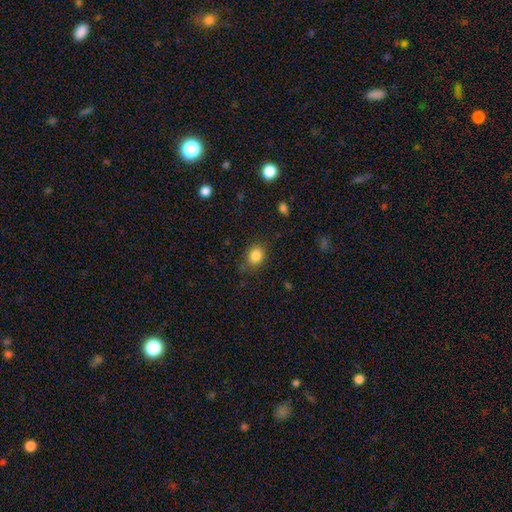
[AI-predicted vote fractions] Overall: smooth (85%). How rounded: round (51%; in between 48%). Merging: none (78%).